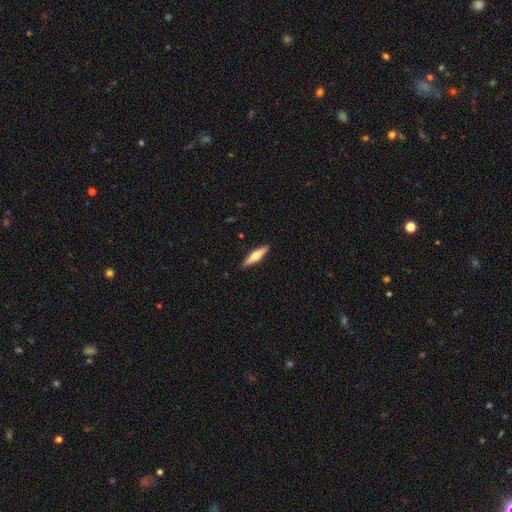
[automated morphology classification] Smooth or featured? smooth (48%)
Merging? none (90%)